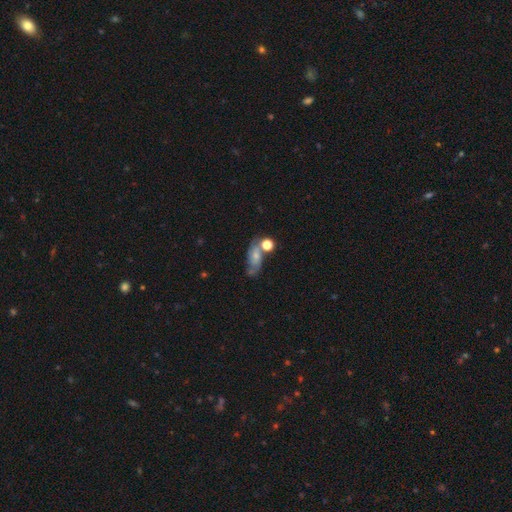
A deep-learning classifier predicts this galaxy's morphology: type=smooth (53%); roundness=in between (72%); merging=none (42%).